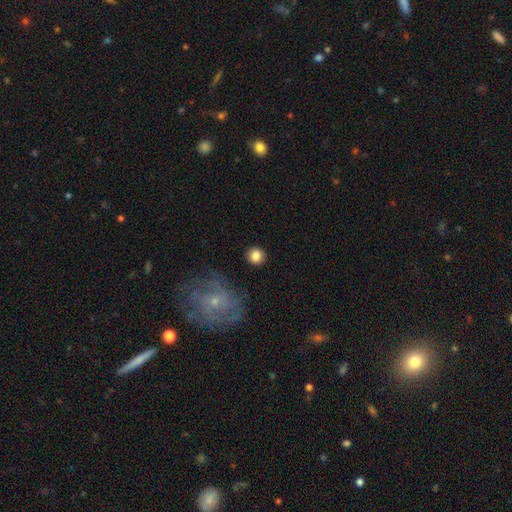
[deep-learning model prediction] smooth-or-featured: smooth: 84% | star or artifact: 9% | featured or disk: 7%
  how-rounded: round: 91% | in between: 8% | cigar-shaped: 1%
  merging: none: 89% | minor disturbance: 6% | major disturbance: 3% | merger: 2%